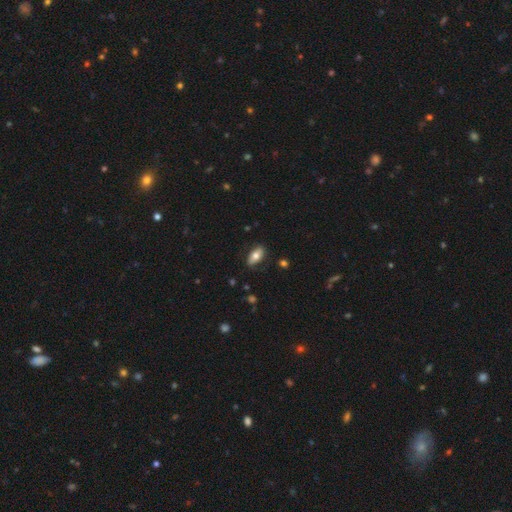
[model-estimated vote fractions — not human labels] A smooth galaxy with no disk features (72%) that is in between round and cigar-shaped (88%). Merging: none (82%).